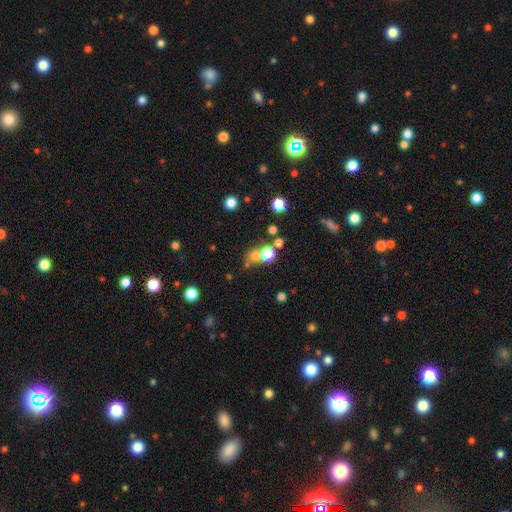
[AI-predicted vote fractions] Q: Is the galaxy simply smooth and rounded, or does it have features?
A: smooth — 63%.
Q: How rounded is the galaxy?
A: round — 77%.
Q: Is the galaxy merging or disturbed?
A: none — 51%.